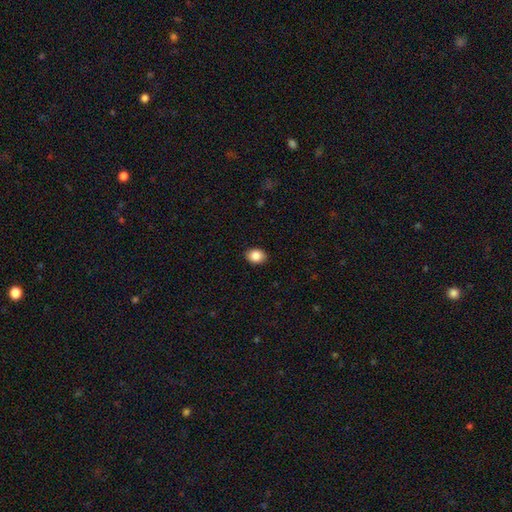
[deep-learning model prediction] Morphology: type=smooth (87%); roundness=in between (65%); merging=none (89%).